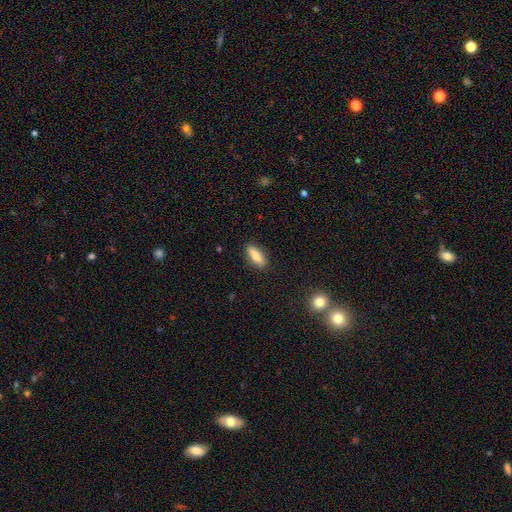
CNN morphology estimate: This appears to be a smooth galaxy with no disk features (77%) that is in between round and cigar-shaped (58%). Merging: none (88%).